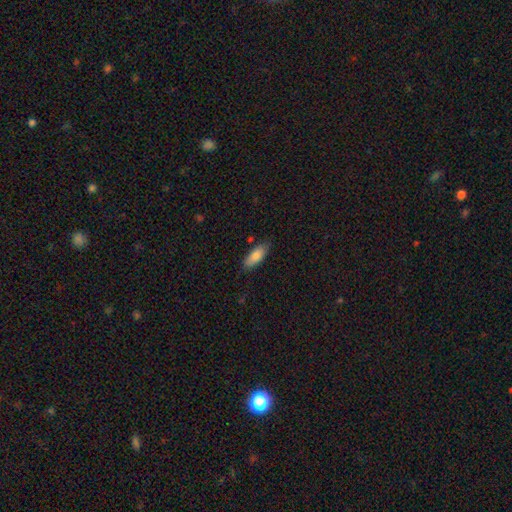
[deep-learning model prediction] smooth 85%, featured or disk 9%, star or artifact 6%. Down the decision tree: how rounded — in between (71%); merging — none (81%).